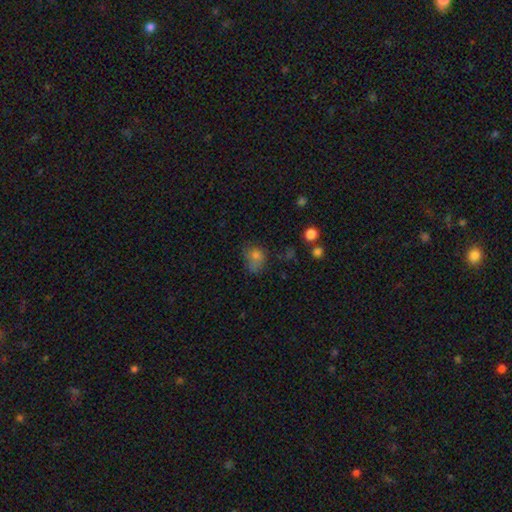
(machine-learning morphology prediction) type=smooth (74%); roundness=round (50%); merging=none (39%).